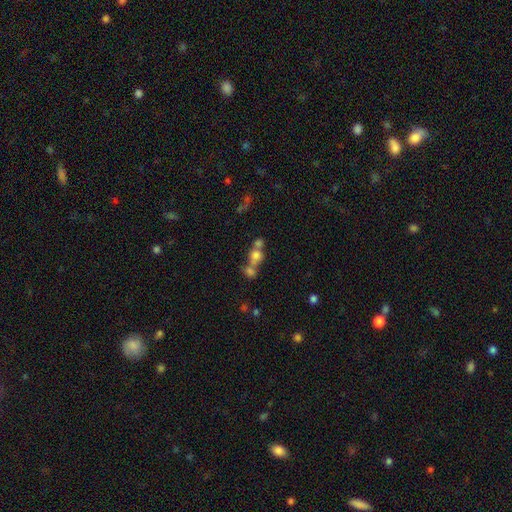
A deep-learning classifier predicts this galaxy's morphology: A smooth galaxy with no disk features (66%) that is round (68%).

Vote fractions:
- Smooth or featured? smooth: 66% / featured or disk: 18% / star or artifact: 16%
- How rounded? round: 68% / in between: 29% / cigar-shaped: 2%
- Merging? merger: 56% / none: 31% / minor disturbance: 7% / major disturbance: 6%